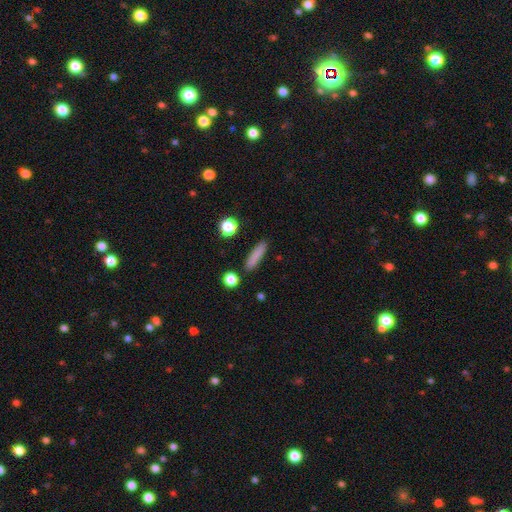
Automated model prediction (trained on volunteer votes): Morphology: type=smooth (82%); roundness=cigar-shaped (81%); merging=none (86%).